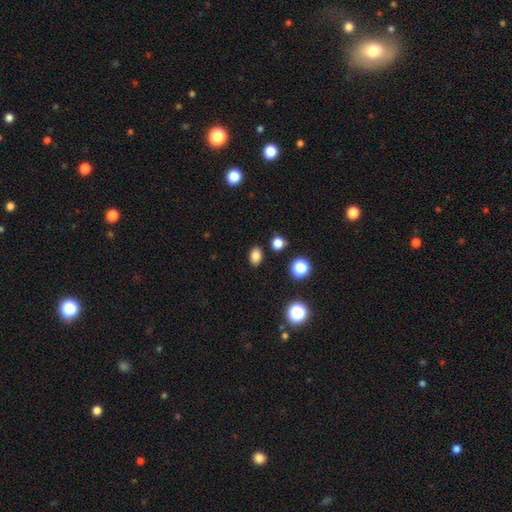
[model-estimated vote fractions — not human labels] smooth 82%, star or artifact 13%, featured or disk 6%. Down the decision tree: how rounded — in between (78%); merging — none (86%).